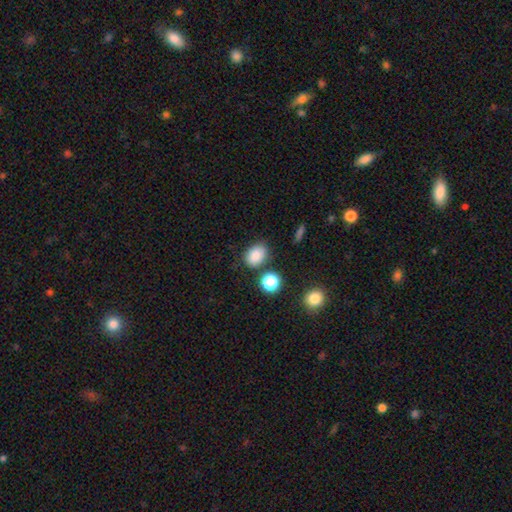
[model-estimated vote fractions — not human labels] smooth_or_featured: smooth (p=0.83) [alt: star or artifact p=0.11]
how_rounded: in between (p=0.66) [alt: round p=0.33]
merging: none (p=0.75) [alt: minor disturbance p=0.14]